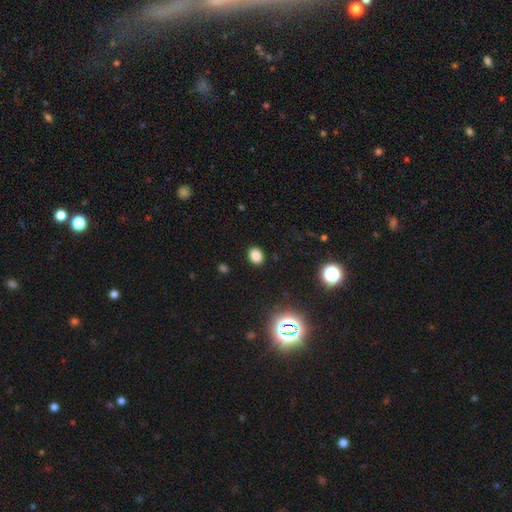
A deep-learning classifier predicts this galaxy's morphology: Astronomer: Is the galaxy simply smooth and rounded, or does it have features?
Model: smooth — 82%.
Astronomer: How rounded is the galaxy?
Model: in between — 56% (runner-up: round, 43%).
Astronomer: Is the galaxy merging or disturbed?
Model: none — 90%.